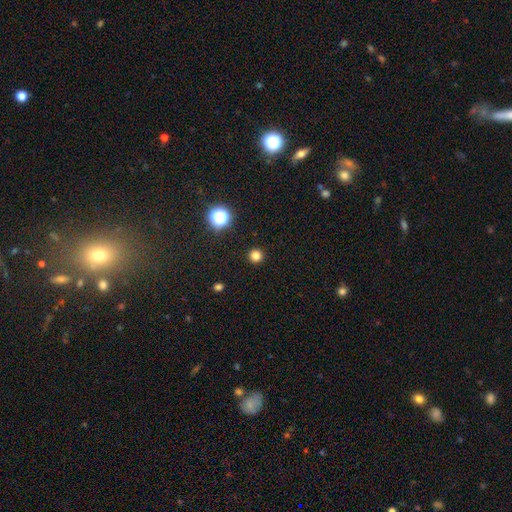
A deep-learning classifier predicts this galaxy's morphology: Smooth or featured: smooth — 80% (star or artifact — 16%)
How rounded: round — 96% (in between — 3%)
Merging: none — 93% (minor disturbance — 4%)